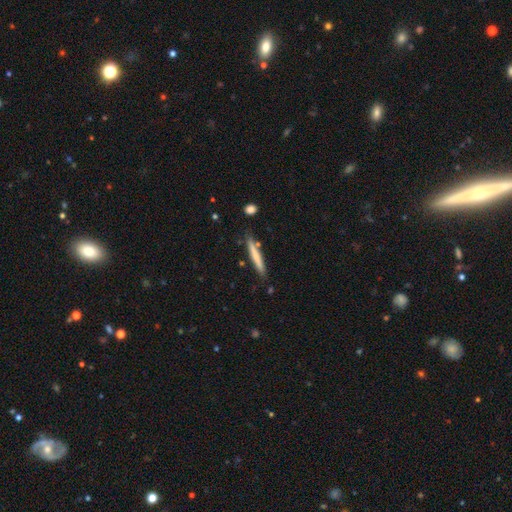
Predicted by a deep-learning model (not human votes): Smooth or featured? smooth (64%)
How rounded? cigar-shaped (95%)
Merging? none (82%)